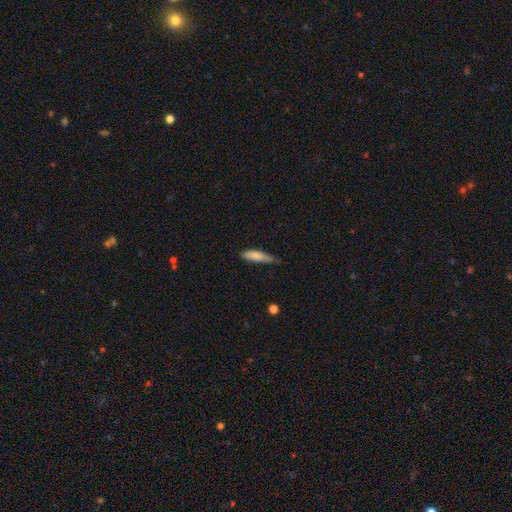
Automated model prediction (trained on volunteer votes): A smooth galaxy with no disk features (82%) that is cigar-shaped (68%). Merging: none (61%).